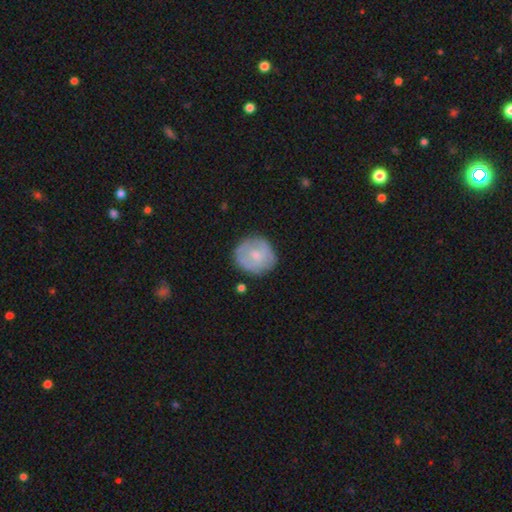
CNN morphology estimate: Smooth or featured? Predicted: smooth (p=0.62). How rounded? Predicted: round (p=0.85). Merging? Predicted: none (p=0.77).